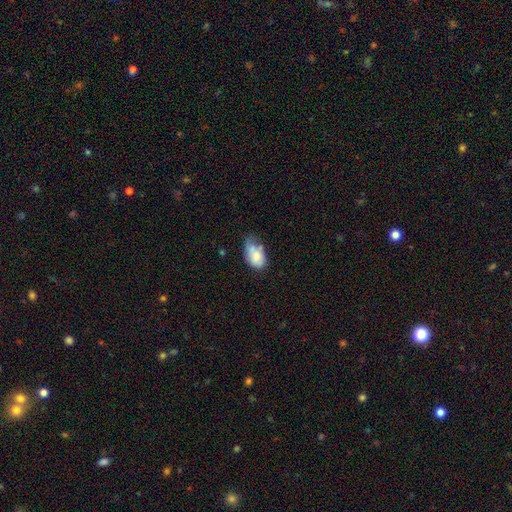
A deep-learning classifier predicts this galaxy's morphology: The model was most divided on "merging": minor disturbance: 37%, none: 31%, major disturbance: 18%, merger: 14%. More confident: how rounded — in between (90%); smooth or featured — smooth (70%).